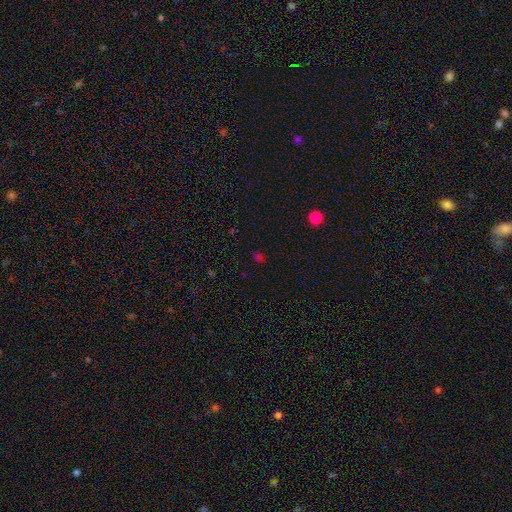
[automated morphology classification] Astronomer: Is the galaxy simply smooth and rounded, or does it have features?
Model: star or artifact — 47% (runner-up: smooth, 46%).